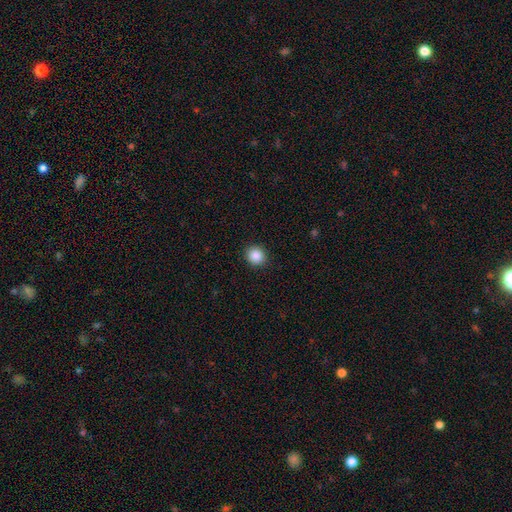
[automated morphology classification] A smooth galaxy with no disk features (88%) that is round (87%). Merging: none (91%).